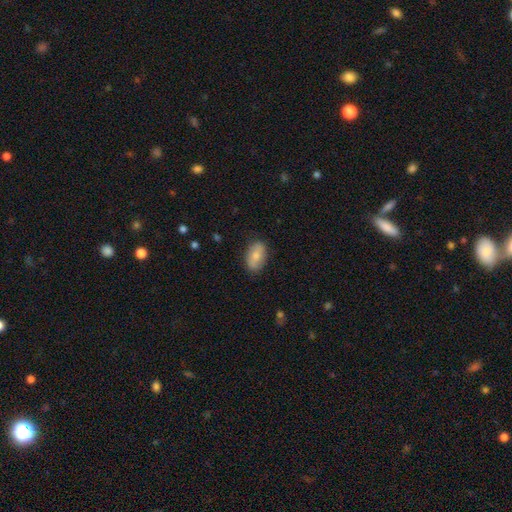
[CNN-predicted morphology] This is likely a smooth galaxy (73%). How rounded: clearly in between (91%). Merging: clearly none (83%).